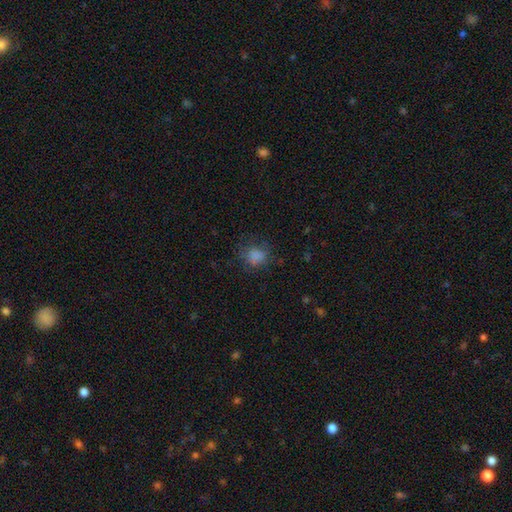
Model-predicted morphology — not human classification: Smooth or featured? smooth (78%)
How rounded? round (69%)
Merging? none (67%)